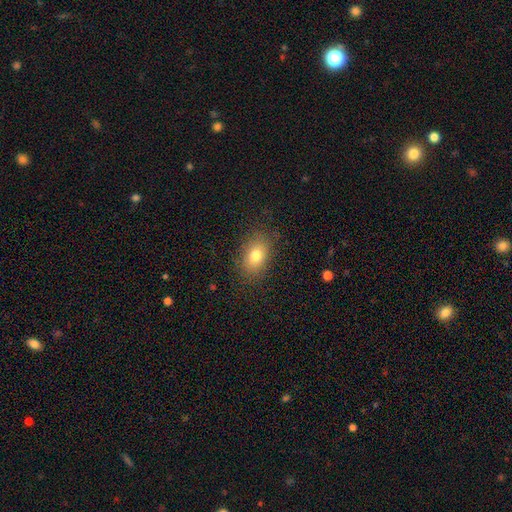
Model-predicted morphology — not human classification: type=smooth (77%); roundness=in between (80%); merging=none (83%).